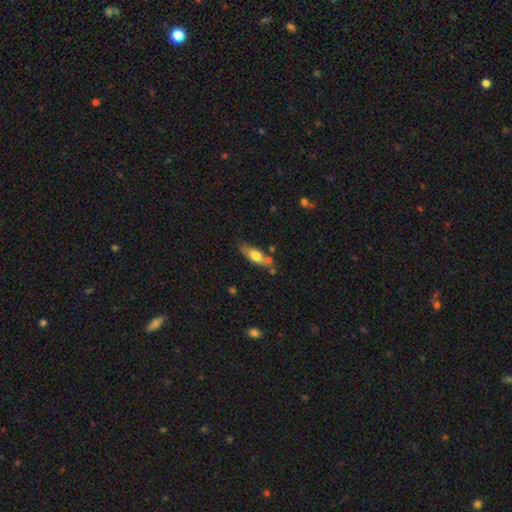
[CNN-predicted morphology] This appears to be a smooth galaxy with no disk features (63%) that is in between round and cigar-shaped (63%). Merging: none (61%).